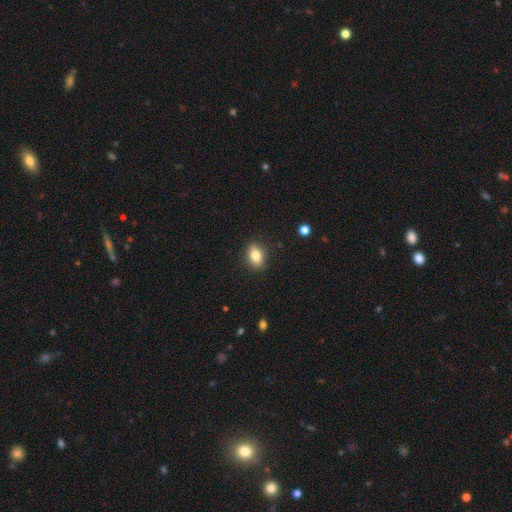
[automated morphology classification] Smooth or featured? Predicted: smooth (p=0.83). How rounded? Predicted: in between (p=0.82). Merging? Predicted: none (p=0.88).